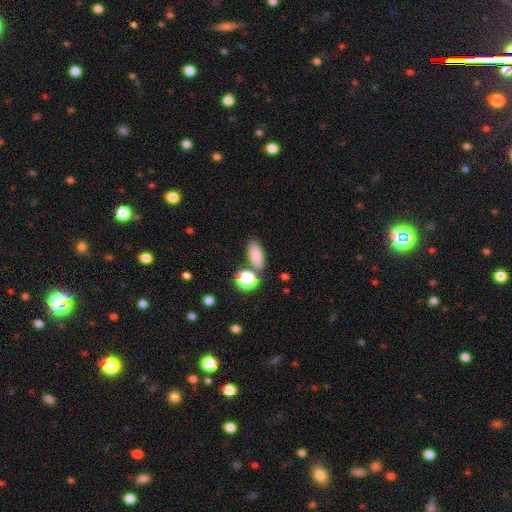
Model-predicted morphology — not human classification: smooth-or-featured: smooth: 82% | star or artifact: 12% | featured or disk: 6%
  how-rounded: in between: 82% | cigar-shaped: 9% | round: 9%
  merging: none: 76% | minor disturbance: 11% | merger: 10% | major disturbance: 4%